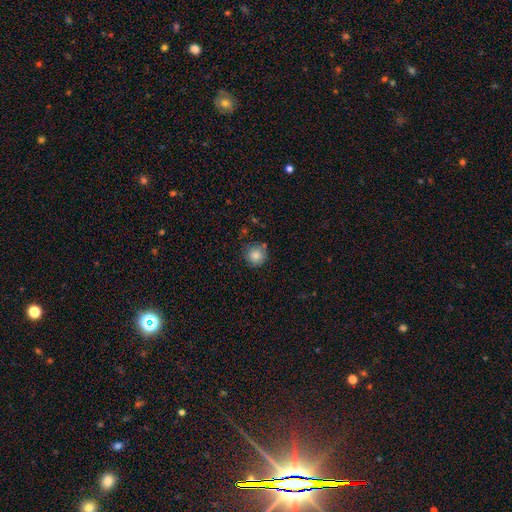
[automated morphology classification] Overall: smooth (84%). How rounded: round (93%). Merging: none (77%).